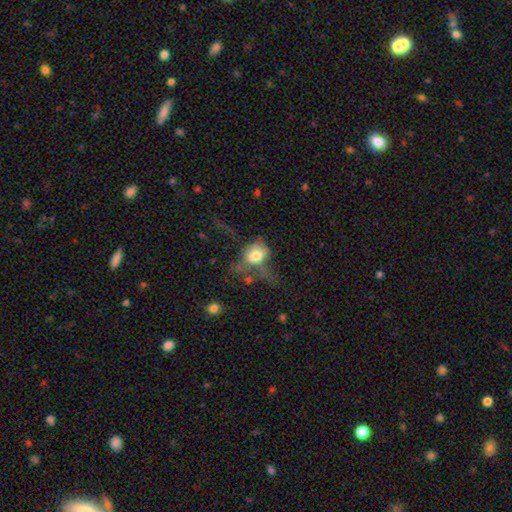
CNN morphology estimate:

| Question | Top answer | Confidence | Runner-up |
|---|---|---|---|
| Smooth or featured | smooth | 64% | featured or disk (26%) |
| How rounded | in between | 57% | round (40%) |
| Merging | major disturbance | 50% | none (22%) |